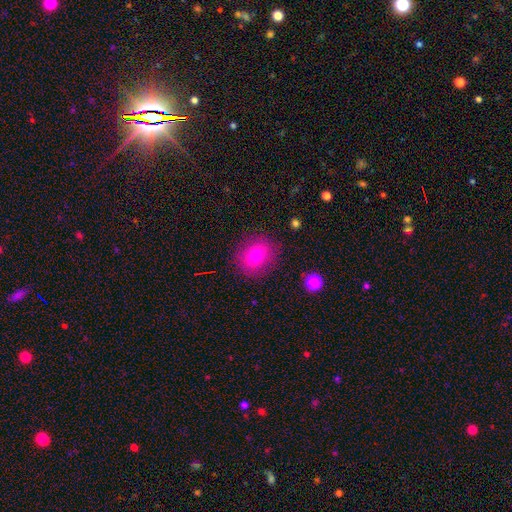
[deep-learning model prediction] A smooth galaxy with no disk features (72%) that is round (53%).

Vote fractions:
- Smooth or featured? smooth: 72% / featured or disk: 18% / star or artifact: 10%
- How rounded? round: 53% / in between: 45% / cigar-shaped: 2%
- Merging? none: 85% / minor disturbance: 11% / major disturbance: 3% / merger: 1%